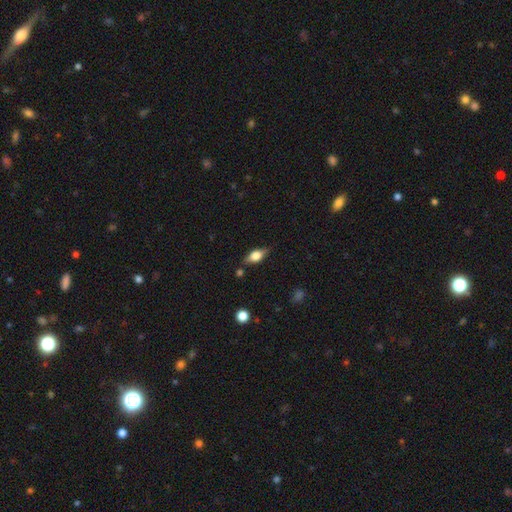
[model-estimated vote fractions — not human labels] Morphology: type=smooth (55%); roundness=in between (76%); merging=none (77%).